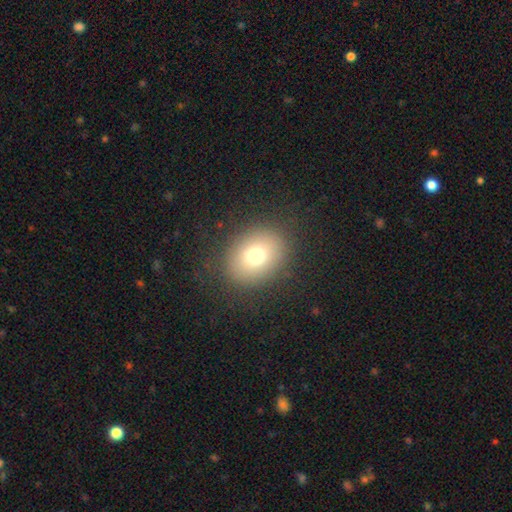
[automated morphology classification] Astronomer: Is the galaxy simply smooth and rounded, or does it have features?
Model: smooth — 75%.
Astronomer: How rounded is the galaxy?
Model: in between — 50% (runner-up: round, 49%).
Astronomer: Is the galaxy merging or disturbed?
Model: none — 86%.